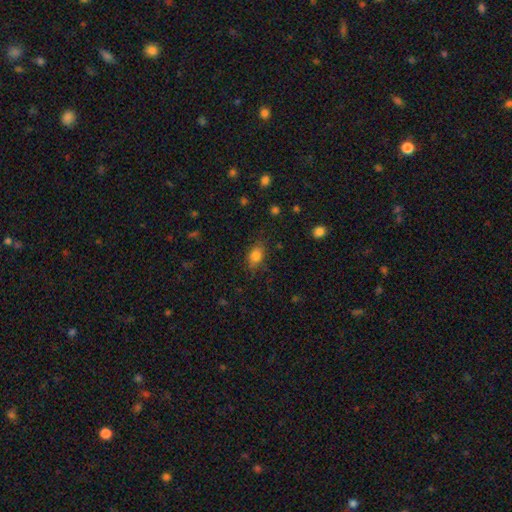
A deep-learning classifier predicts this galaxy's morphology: Smooth or featured: smooth — 82% (star or artifact — 10%)
How rounded: in between — 81% (round — 16%)
Merging: none — 79% (minor disturbance — 15%)